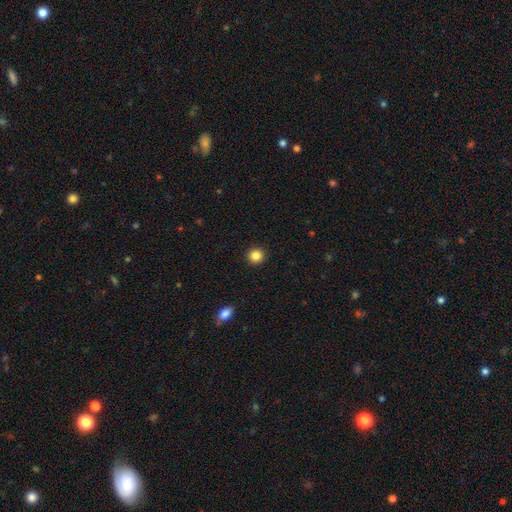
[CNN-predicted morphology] Smooth or featured: smooth — 85% (star or artifact — 11%)
How rounded: round — 94% (in between — 5%)
Merging: none — 93% (minor disturbance — 4%)